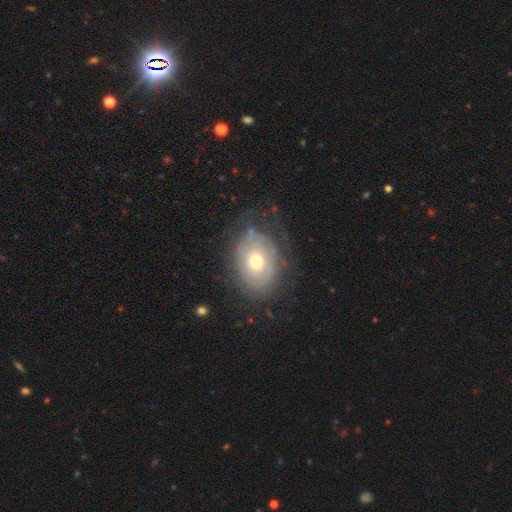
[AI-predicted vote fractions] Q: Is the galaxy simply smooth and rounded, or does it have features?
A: featured or disk — 50%.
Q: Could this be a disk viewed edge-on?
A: no — 94%.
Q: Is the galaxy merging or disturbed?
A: none — 68%.